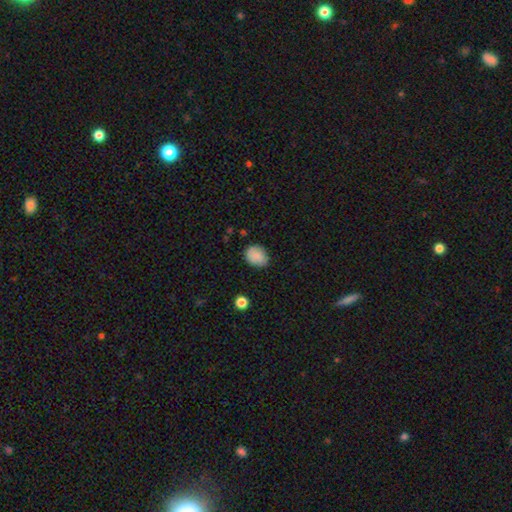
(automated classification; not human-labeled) Morphology: type=smooth (85%); roundness=in between (53%); merging=none (73%).